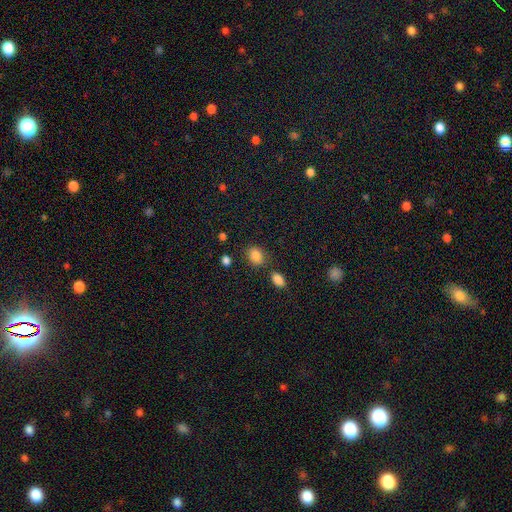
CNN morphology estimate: Smooth or featured?
  - smooth: 86% *
  - star or artifact: 9%
  - featured or disk: 5%
How rounded?
  - in between: 66% *
  - round: 33%
  - cigar-shaped: 1%
Merging?
  - none: 75% *
  - minor disturbance: 13%
  - merger: 8%
  - major disturbance: 4%